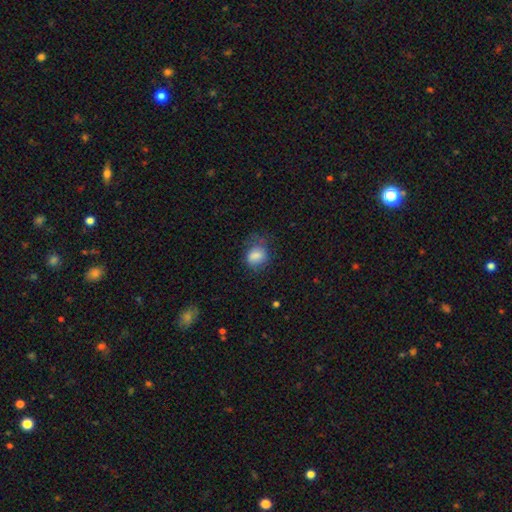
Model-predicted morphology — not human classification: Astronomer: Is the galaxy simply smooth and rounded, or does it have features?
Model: smooth — 81%.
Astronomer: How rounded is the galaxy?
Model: round — 51% (runner-up: in between, 48%).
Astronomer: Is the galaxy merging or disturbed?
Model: none — 53% (runner-up: minor disturbance, 28%).